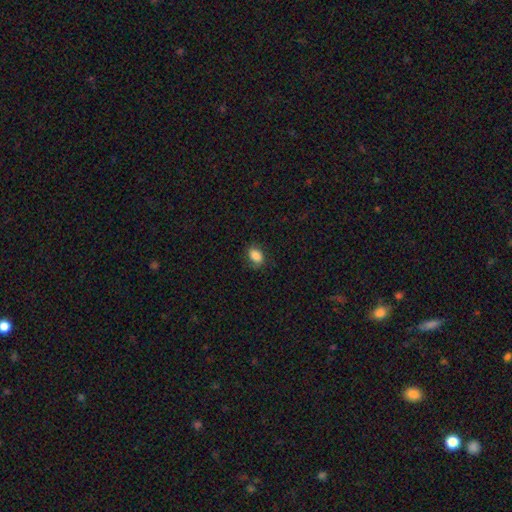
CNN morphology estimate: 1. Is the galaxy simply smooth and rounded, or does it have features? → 83% smooth, 8% star or artifact, 8% featured or disk.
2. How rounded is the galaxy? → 80% in between, 18% round, 1% cigar-shaped.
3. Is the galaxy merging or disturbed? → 77% none, 17% minor disturbance, 5% major disturbance, 1% merger.